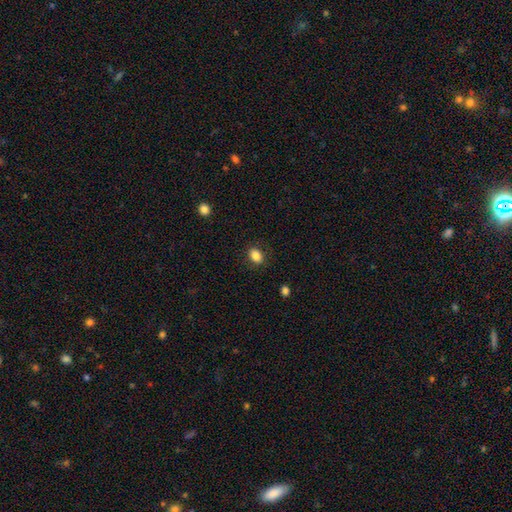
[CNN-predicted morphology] The model was most divided on "how rounded": in between: 73%, round: 25%, cigar-shaped: 1%. More confident: merging — none (87%); smooth or featured — smooth (86%).